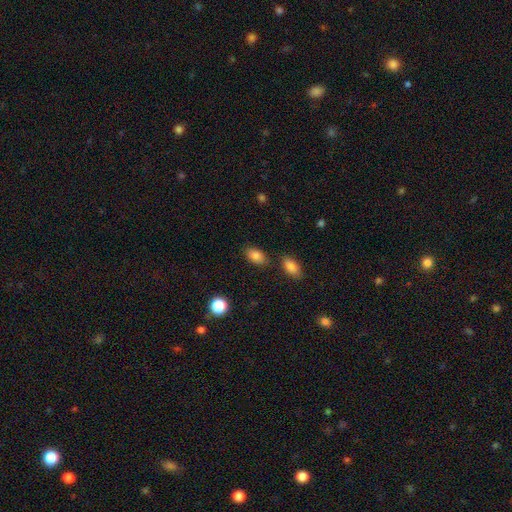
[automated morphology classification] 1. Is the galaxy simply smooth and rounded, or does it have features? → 84% smooth, 9% star or artifact, 8% featured or disk.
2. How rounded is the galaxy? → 90% in between, 8% round, 2% cigar-shaped.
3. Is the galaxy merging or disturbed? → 78% none, 12% minor disturbance, 6% merger, 3% major disturbance.